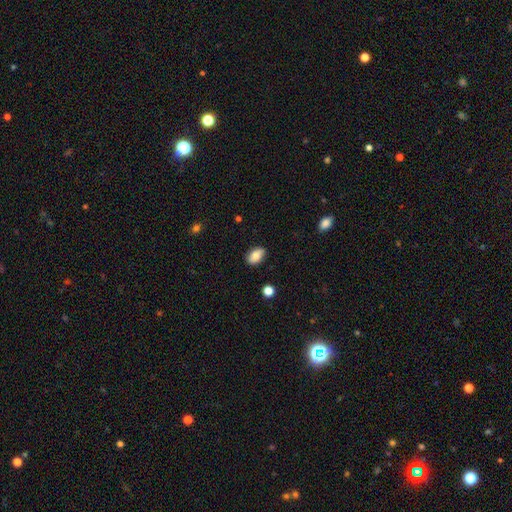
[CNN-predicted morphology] Smooth or featured? Predicted: smooth (p=0.82). How rounded? Predicted: in between (p=0.89). Merging? Predicted: none (p=0.83).